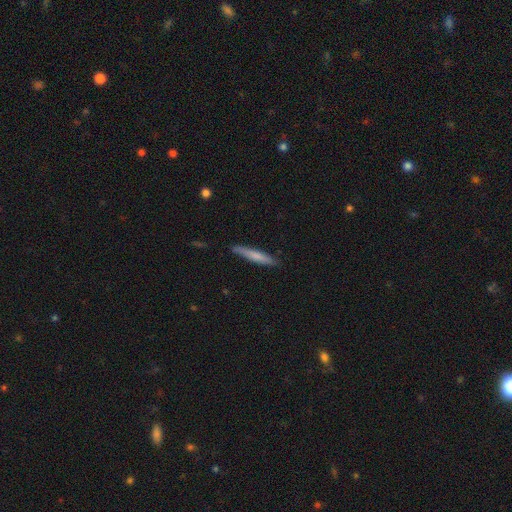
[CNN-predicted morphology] Smooth or featured?
  - smooth: 67% *
  - featured or disk: 28%
  - star or artifact: 5%
How rounded?
  - cigar-shaped: 94% *
  - in between: 5%
  - round: 1%
Merging?
  - none: 83% *
  - minor disturbance: 14%
  - major disturbance: 2%
  - merger: 2%